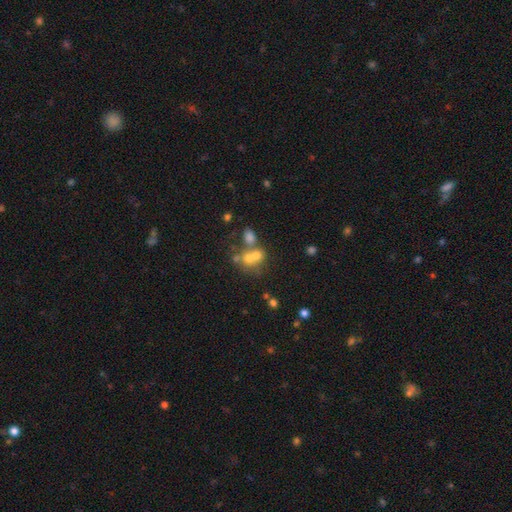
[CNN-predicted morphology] Smooth or featured? smooth (59%)
How rounded? round (71%)
Merging? merger (53%)